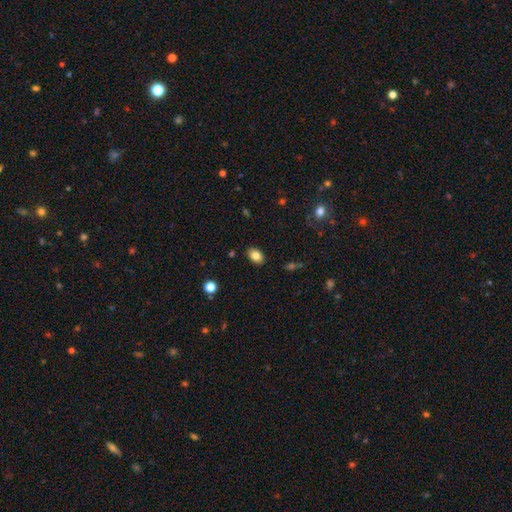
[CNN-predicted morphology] Overall: smooth (83%). How rounded: in between (80%). Merging: none (88%).